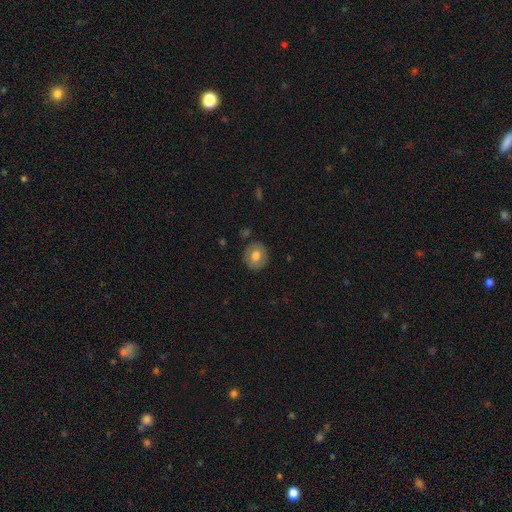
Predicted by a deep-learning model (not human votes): Overall: smooth (68%). How rounded: round (82%). Merging: none (86%).